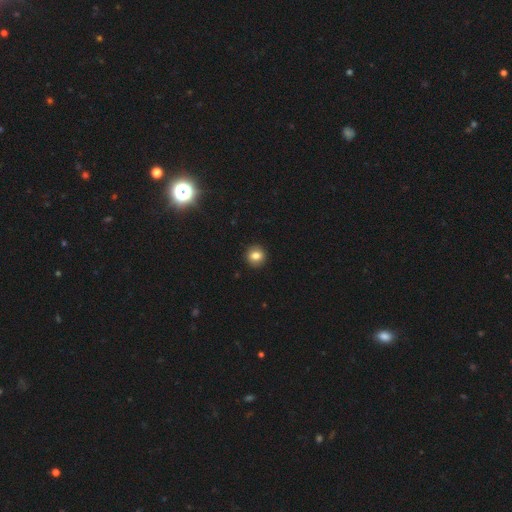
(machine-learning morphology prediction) Smooth or featured?
  - smooth: 82% *
  - star or artifact: 10%
  - featured or disk: 8%
How rounded?
  - round: 89% *
  - in between: 10%
  - cigar-shaped: 1%
Merging?
  - none: 92% *
  - minor disturbance: 5%
  - major disturbance: 2%
  - merger: 1%